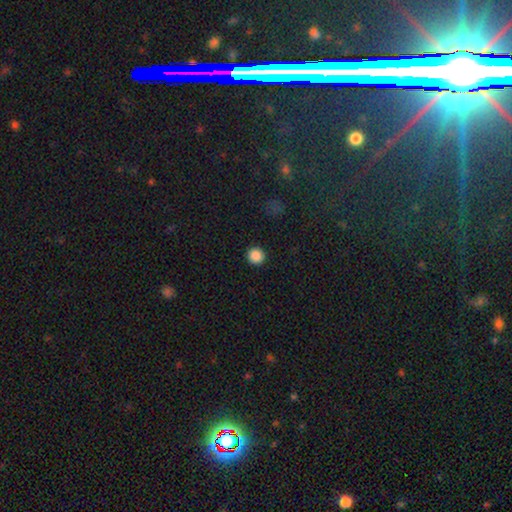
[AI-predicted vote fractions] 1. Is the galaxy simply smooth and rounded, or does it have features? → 87% smooth, 10% star or artifact, 3% featured or disk.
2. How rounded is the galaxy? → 94% round, 5% in between, 1% cigar-shaped.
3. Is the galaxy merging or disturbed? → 92% none, 5% minor disturbance, 2% major disturbance, 1% merger.